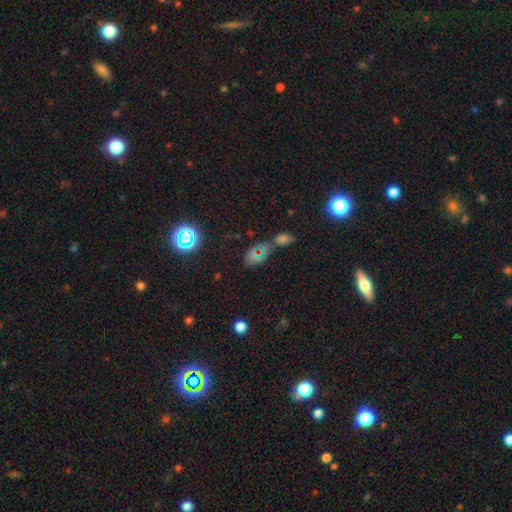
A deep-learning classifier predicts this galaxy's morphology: Smooth or featured? Predicted: star or artifact (p=0.43).